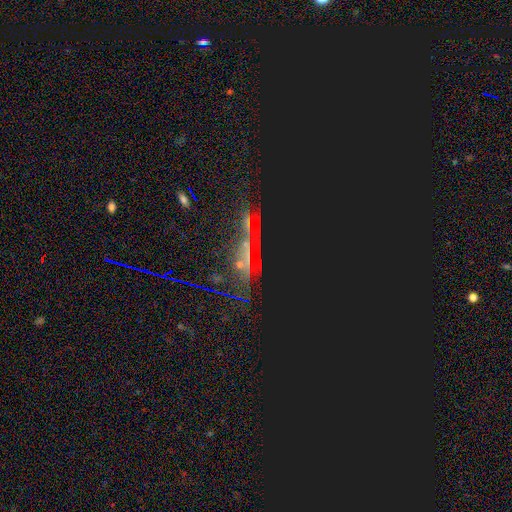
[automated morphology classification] A star or artifact, not a galaxy (77%).